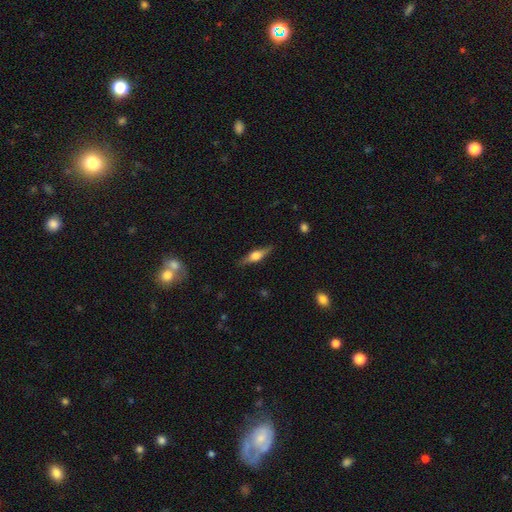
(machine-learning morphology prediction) Smooth or featured: featured or disk — 69% (smooth — 25%)
Edge-on disk: yes — 96% (no — 4%)
Edge-on bulge: rounded — 91% (boxy — 7%)
Merging: none — 86% (minor disturbance — 10%)